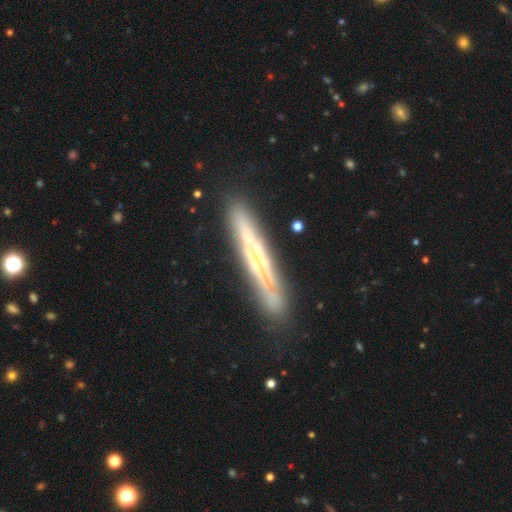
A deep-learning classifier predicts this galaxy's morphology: smooth_or_featured: featured or disk (p=0.66) [alt: smooth p=0.26]
disk_edge_on: yes (p=0.81) [alt: no p=0.19]
edge_on_bulge: none (p=0.76) [alt: rounded p=0.15]
merging: none (p=0.82) [alt: minor disturbance p=0.13]